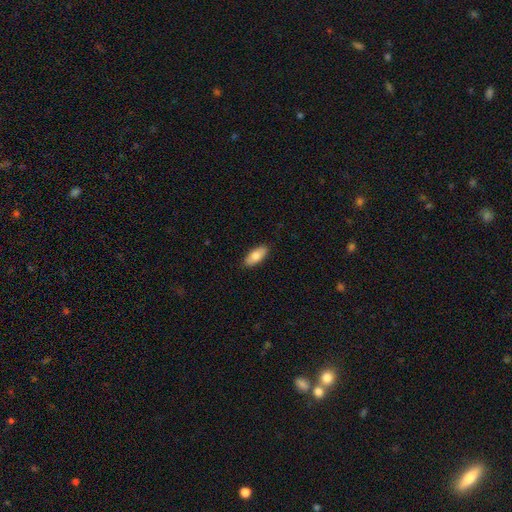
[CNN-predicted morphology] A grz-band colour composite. It shows a smooth galaxy with no disk features (79%) that is in between round and cigar-shaped (86%). Merging: none (88%).